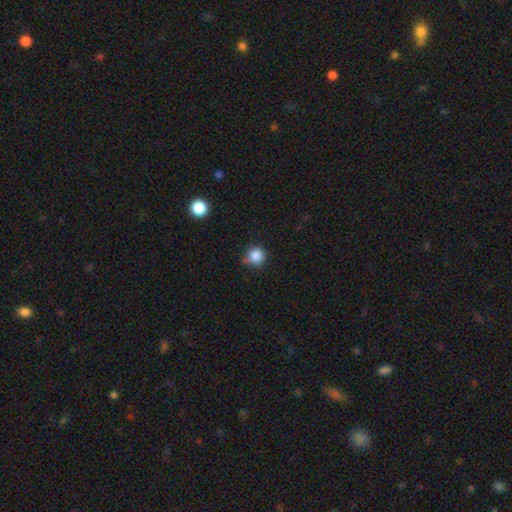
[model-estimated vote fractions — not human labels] Smooth or featured?
  - smooth: 85% *
  - star or artifact: 11%
  - featured or disk: 4%
How rounded?
  - round: 92% *
  - in between: 7%
  - cigar-shaped: 1%
Merging?
  - none: 70% *
  - minor disturbance: 23%
  - major disturbance: 4%
  - merger: 4%